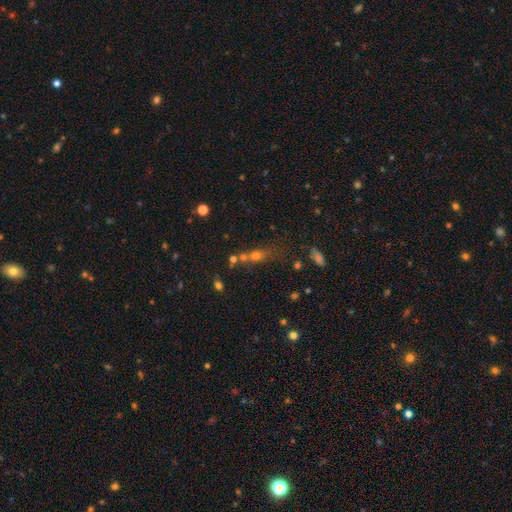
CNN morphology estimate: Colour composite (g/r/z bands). It shows a smooth galaxy with no disk features (58%) that is round (42%, tied with in between). Merging: none (43%).